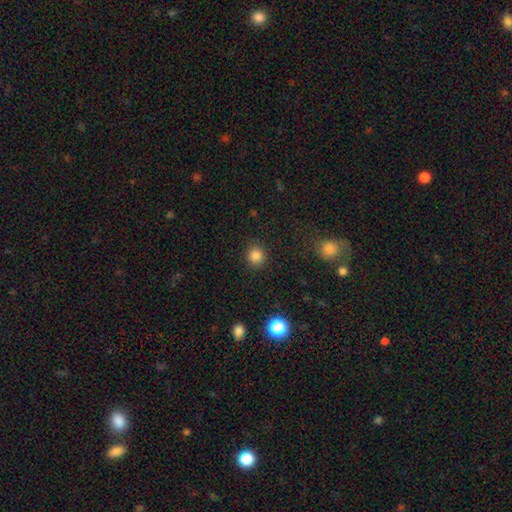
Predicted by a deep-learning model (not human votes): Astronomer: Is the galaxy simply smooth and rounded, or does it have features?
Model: smooth — 84%.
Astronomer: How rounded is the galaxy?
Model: round — 91%.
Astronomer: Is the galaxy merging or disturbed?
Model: none — 90%.